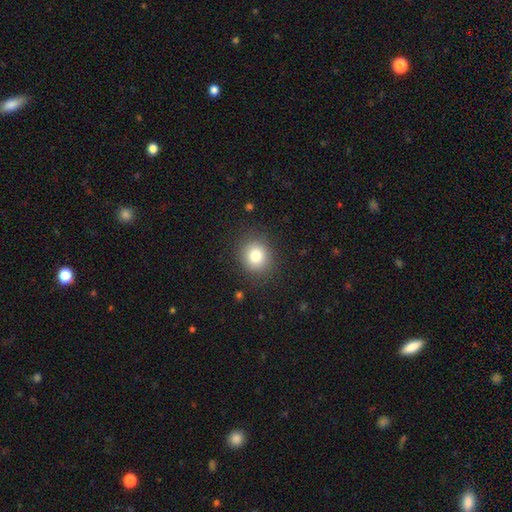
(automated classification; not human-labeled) Smooth or featured? Predicted: smooth (p=0.81). How rounded? Predicted: round (p=0.78). Merging? Predicted: none (p=0.87).